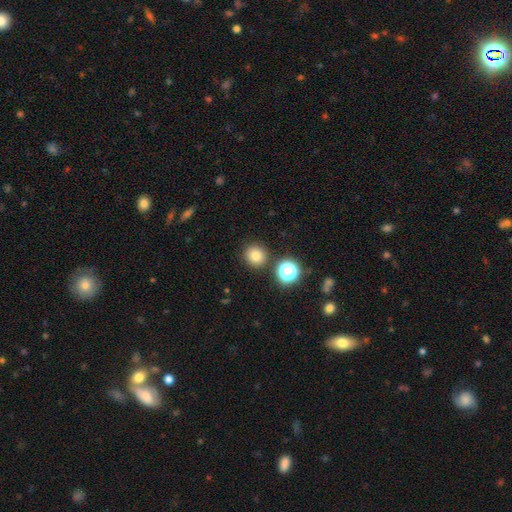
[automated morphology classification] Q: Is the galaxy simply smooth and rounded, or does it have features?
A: smooth — 77%.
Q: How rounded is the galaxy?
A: round — 92%.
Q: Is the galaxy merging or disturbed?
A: none — 86%.